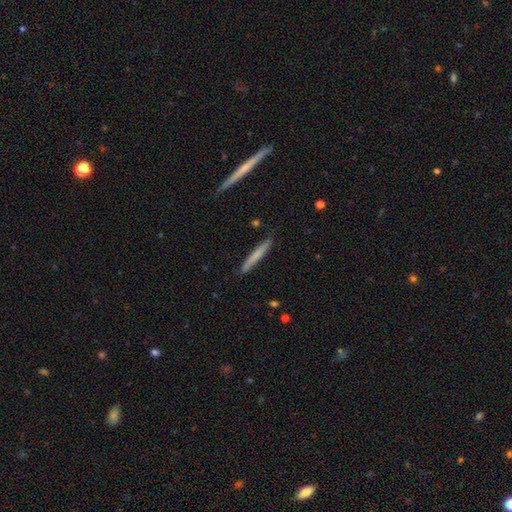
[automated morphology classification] smooth_or_featured: smooth (p=0.65) [alt: featured or disk p=0.30]
how_rounded: cigar-shaped (p=0.96) [alt: in between p=0.03]
merging: none (p=0.87) [alt: minor disturbance p=0.09]